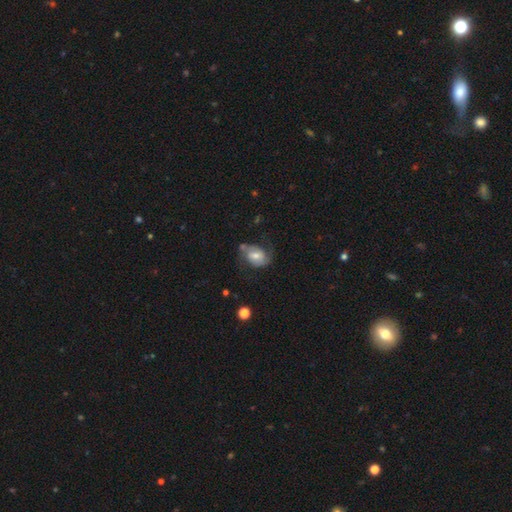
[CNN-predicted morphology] A featured or disk galaxy (56%) with no bar (48%), spiral arms (83%) and a moderate central bulge (60%). Merging: none (54%).